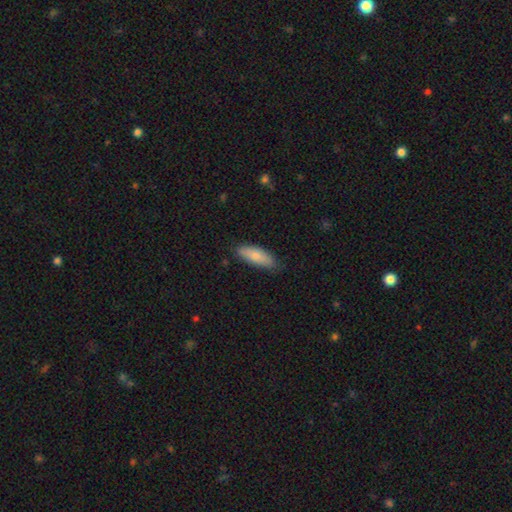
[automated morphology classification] The model was most divided on "how rounded": in between: 65%, cigar-shaped: 33%, round: 2%. More confident: merging — none (80%); smooth or featured — smooth (80%).